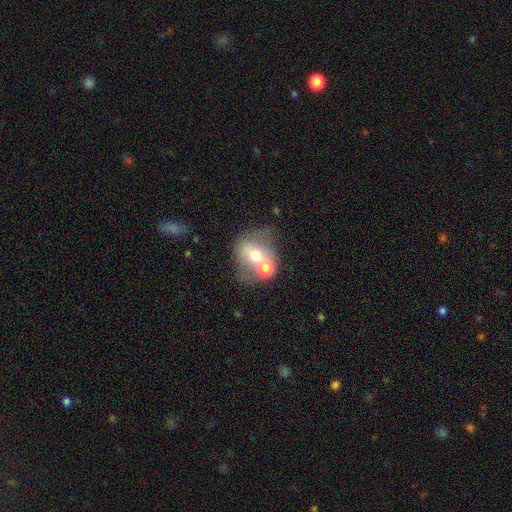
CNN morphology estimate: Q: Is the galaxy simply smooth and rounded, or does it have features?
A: smooth — 58%.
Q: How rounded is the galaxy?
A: round — 57%.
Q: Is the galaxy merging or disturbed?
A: merger — 53%.